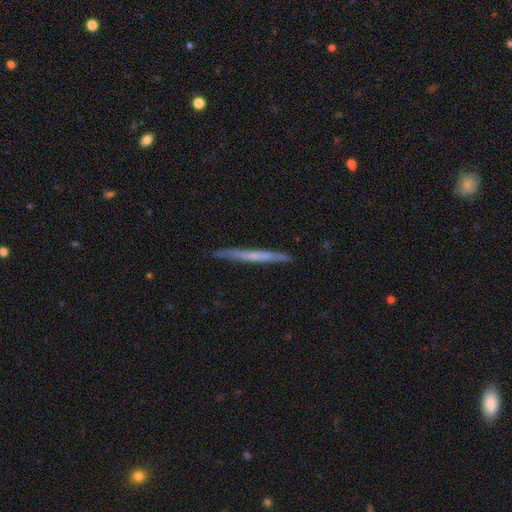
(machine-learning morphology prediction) Smooth or featured? featured or disk (51%)
Edge-on disk? yes (96%)
Merging? none (88%)